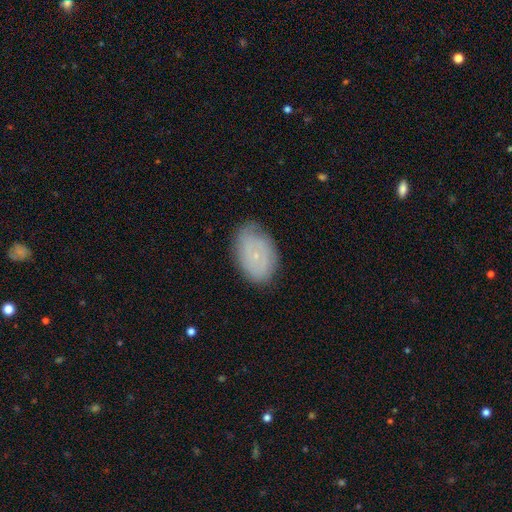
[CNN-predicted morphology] This is possibly a featured or disk galaxy (47%). Merging: likely none (75%).